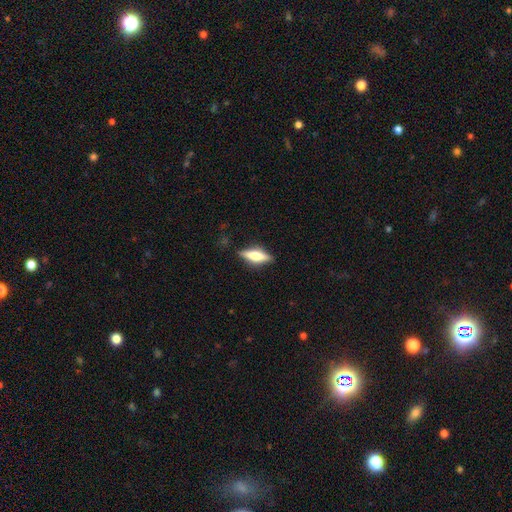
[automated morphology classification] smooth_or_featured: featured or disk (p=0.54) [alt: smooth p=0.40]
disk_edge_on: yes (p=0.94) [alt: no p=0.06]
edge_on_bulge: rounded (p=0.85) [alt: boxy p=0.11]
merging: none (p=0.85) [alt: minor disturbance p=0.11]